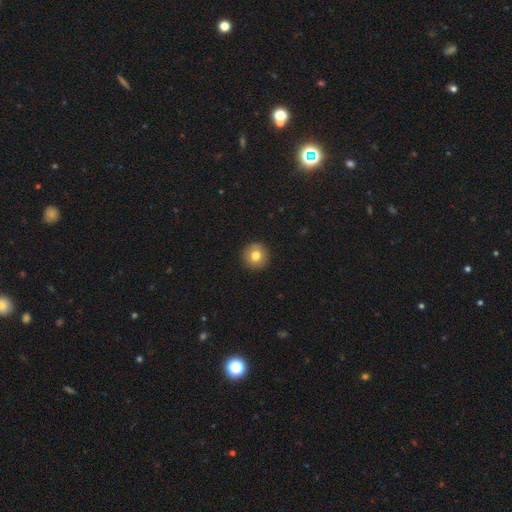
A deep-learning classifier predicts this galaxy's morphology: Smooth or featured: smooth — 79% (featured or disk — 11%)
How rounded: round — 94% (in between — 5%)
Merging: none — 92% (minor disturbance — 6%)